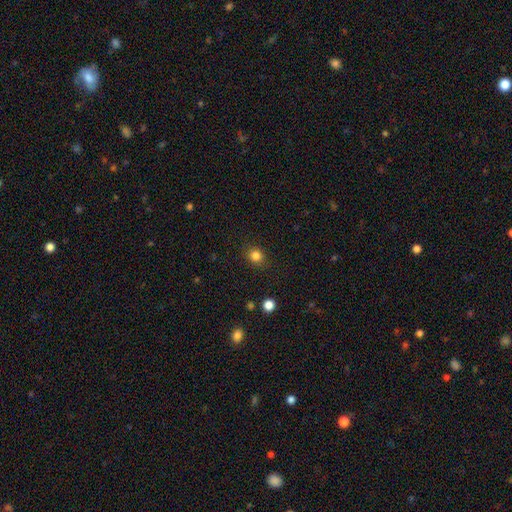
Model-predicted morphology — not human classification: A smooth galaxy with no disk features (84%) that is round (77%). Merging: none (87%).